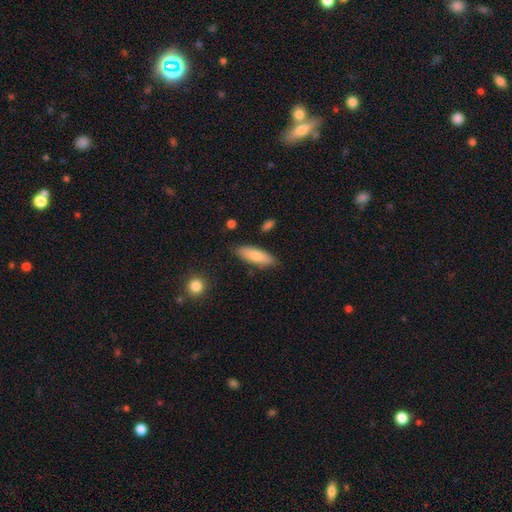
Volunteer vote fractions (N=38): This appears to be a smooth galaxy with no disk features (95%) that is in between round and cigar-shaped (72%). Merging: none (89%).